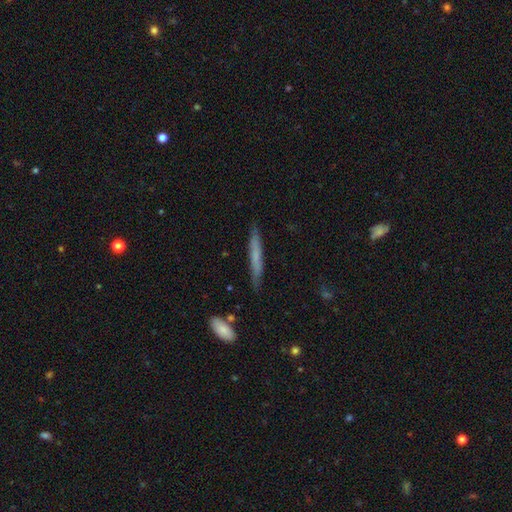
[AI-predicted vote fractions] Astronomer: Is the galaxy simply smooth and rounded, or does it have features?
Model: smooth — 60%.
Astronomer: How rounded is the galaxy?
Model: cigar-shaped — 96%.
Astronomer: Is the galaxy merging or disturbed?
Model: none — 85%.